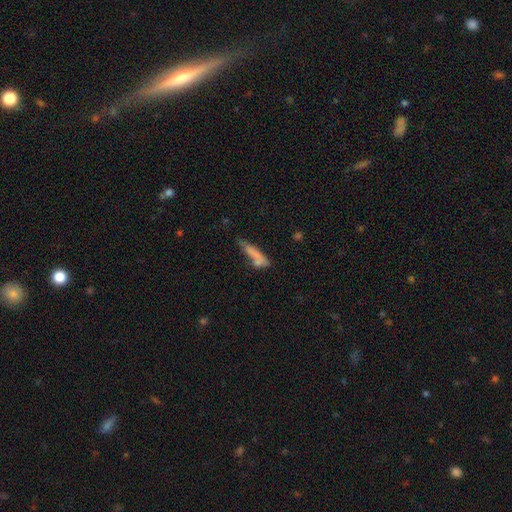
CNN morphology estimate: Overall: smooth (71%). How rounded: cigar-shaped (75%). Merging: none (44%; minor disturbance 25%).